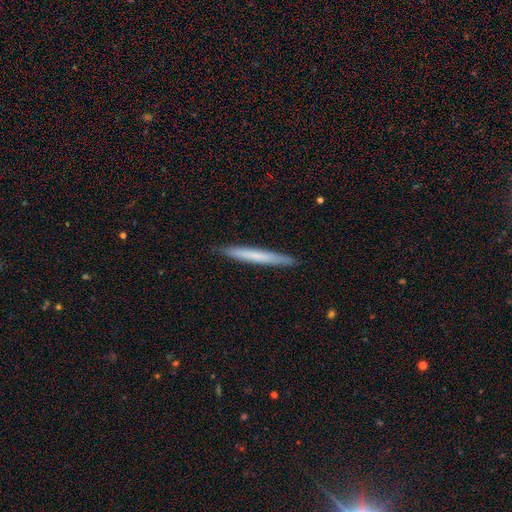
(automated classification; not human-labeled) Smooth or featured?
  - smooth: 62% *
  - featured or disk: 32%
  - star or artifact: 5%
How rounded?
  - cigar-shaped: 97% *
  - in between: 2%
  - round: 1%
Merging?
  - none: 91% *
  - minor disturbance: 7%
  - major disturbance: 1%
  - merger: 1%